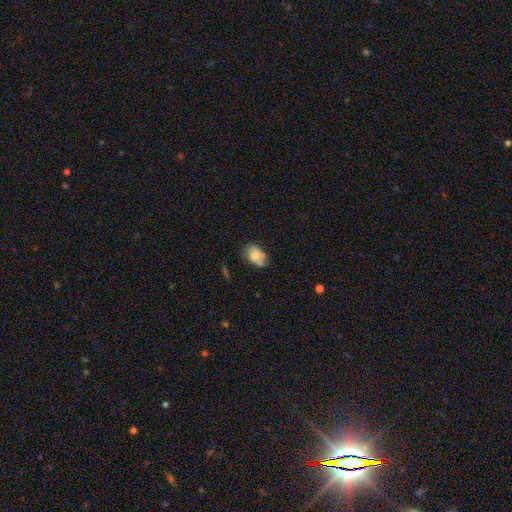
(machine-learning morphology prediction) type=smooth (68%); roundness=in between (83%); merging=none (54%).